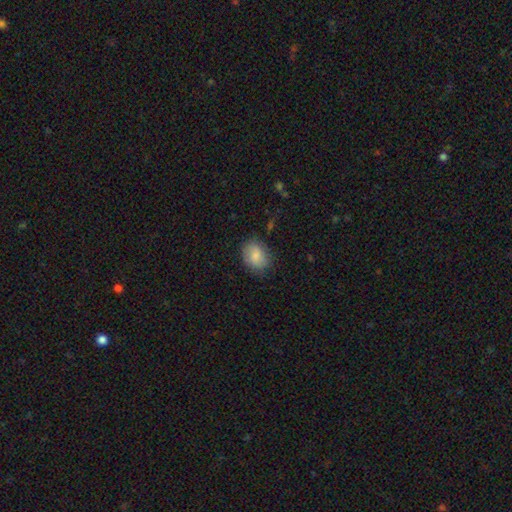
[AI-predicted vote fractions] Smooth or featured? Predicted: smooth (p=0.81). How rounded? Predicted: in between (p=0.61). Merging? Predicted: none (p=0.77).